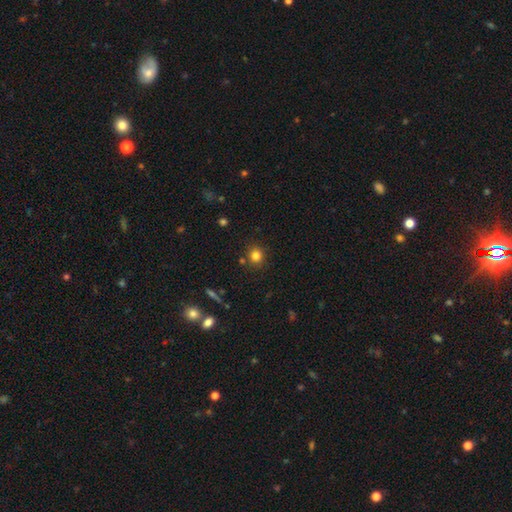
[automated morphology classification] Q: Smooth or featured?
A: smooth (81%); runner-up: star or artifact (13%)
Q: How rounded?
A: round (86%); runner-up: in between (13%)
Q: Merging?
A: none (83%); runner-up: minor disturbance (9%)